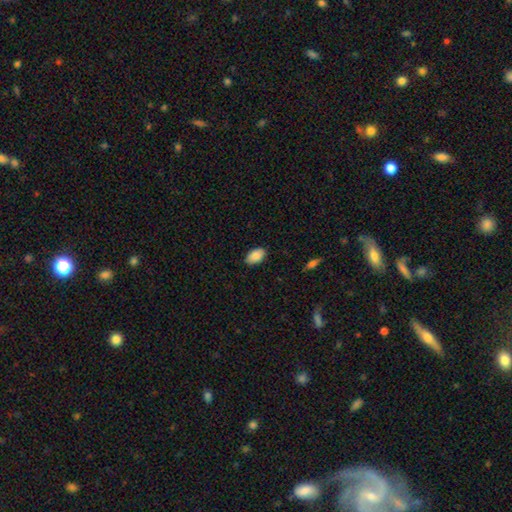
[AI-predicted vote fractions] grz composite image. It shows a smooth galaxy with no disk features (88%) that is in between round and cigar-shaped (93%). Merging: none (86%).